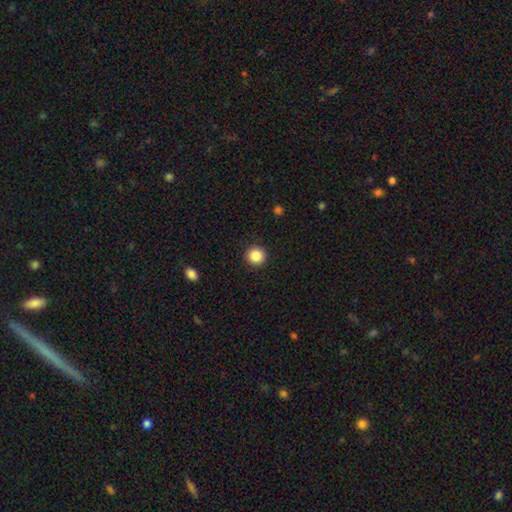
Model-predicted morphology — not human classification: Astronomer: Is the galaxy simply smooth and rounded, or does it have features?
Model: smooth — 87%.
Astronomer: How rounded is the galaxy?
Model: round — 95%.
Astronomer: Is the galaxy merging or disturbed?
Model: none — 92%.